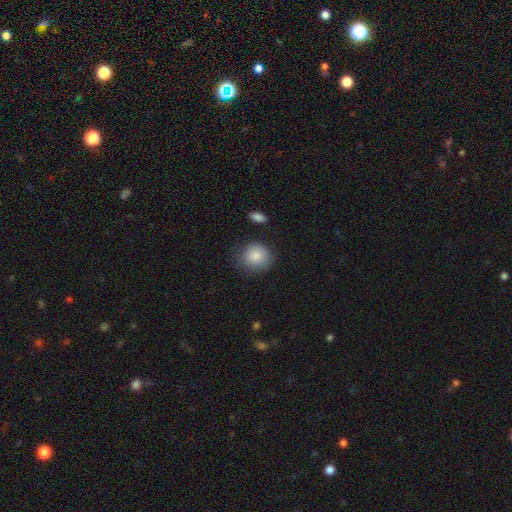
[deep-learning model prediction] smooth 86%, star or artifact 8%, featured or disk 7%. Down the decision tree: how rounded — round (81%); merging — none (75%).